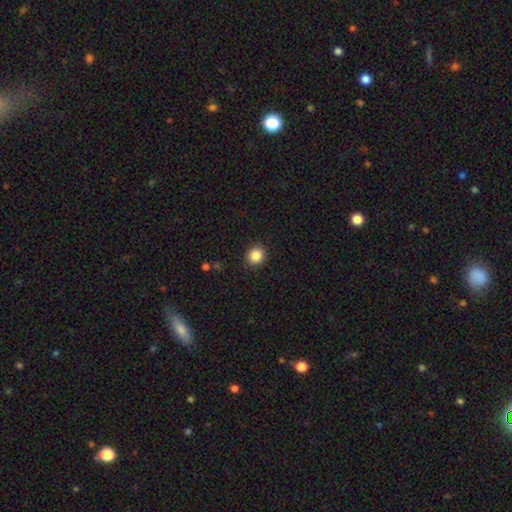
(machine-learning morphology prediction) Overall: smooth (87%). How rounded: round (88%). Merging: none (91%).